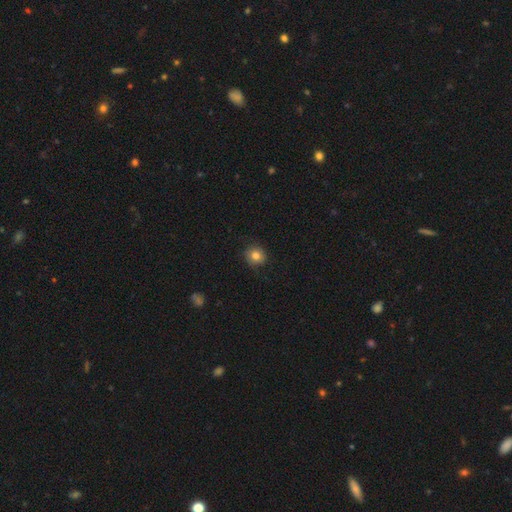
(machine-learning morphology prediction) This appears to be a smooth galaxy with no disk features (82%) that is round (84%). Merging: none (84%).